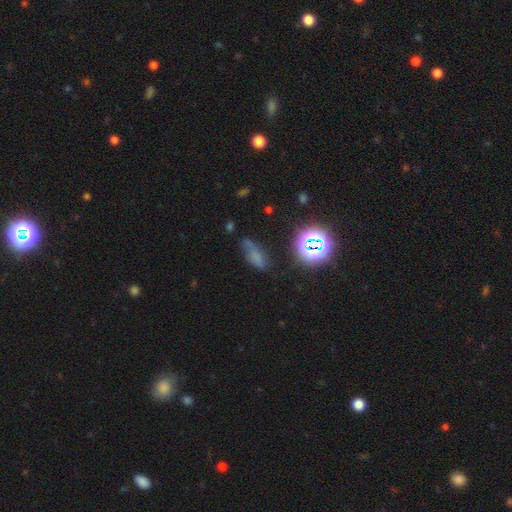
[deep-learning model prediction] Smooth or featured? Predicted: smooth (p=0.56). How rounded? Predicted: in between (p=0.68). Merging? Predicted: none (p=0.53).